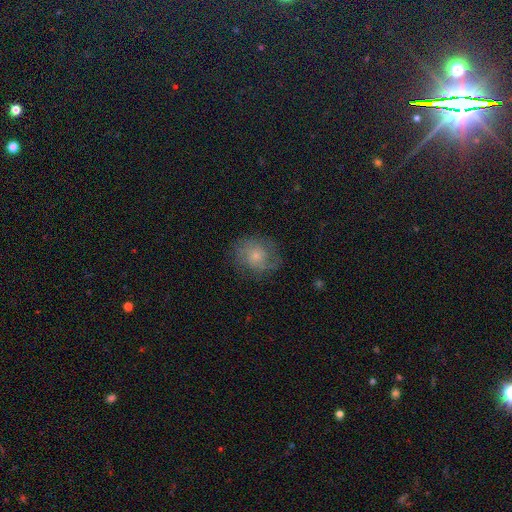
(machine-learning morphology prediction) Overall: featured or disk (50%; smooth 41%). Merging: none (72%).